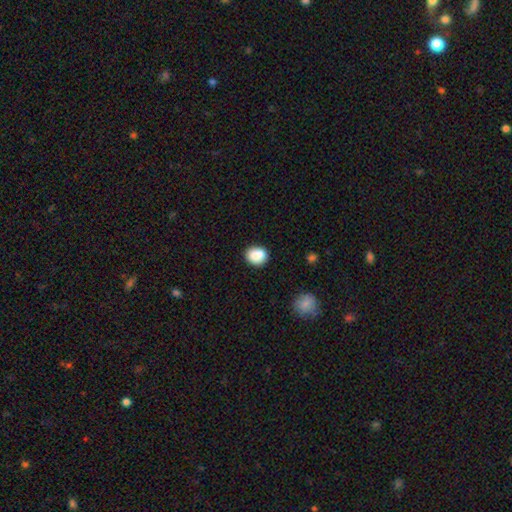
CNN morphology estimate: Q: Smooth or featured?
A: smooth (84%); runner-up: star or artifact (9%)
Q: How rounded?
A: round (69%); runner-up: in between (30%)
Q: Merging?
A: none (67%); runner-up: minor disturbance (15%)